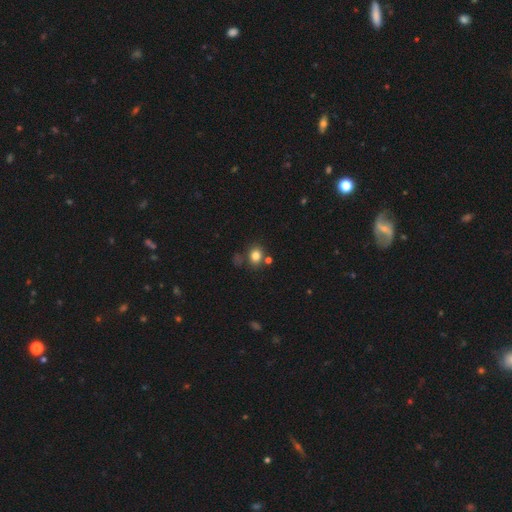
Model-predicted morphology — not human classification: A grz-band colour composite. It shows a smooth galaxy with no disk features (80%) that is round (62%). Merging: none (71%).